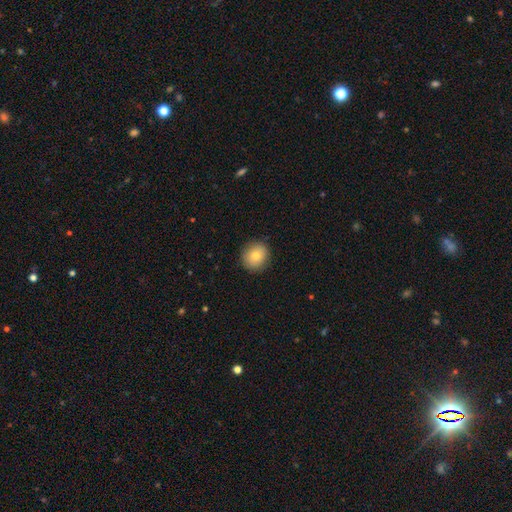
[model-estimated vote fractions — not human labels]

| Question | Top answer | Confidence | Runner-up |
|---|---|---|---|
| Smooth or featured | smooth | 79% | featured or disk (11%) |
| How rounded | round | 83% | in between (16%) |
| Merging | none | 89% | minor disturbance (8%) |